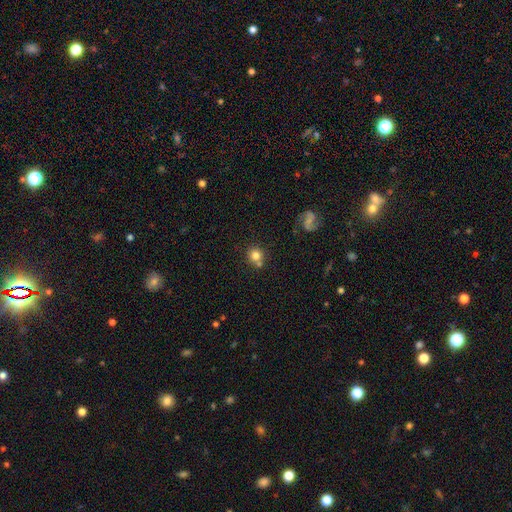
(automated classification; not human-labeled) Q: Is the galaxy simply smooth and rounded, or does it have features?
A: smooth — 78%.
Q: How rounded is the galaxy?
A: round — 90%.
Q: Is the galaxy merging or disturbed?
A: none — 65%.